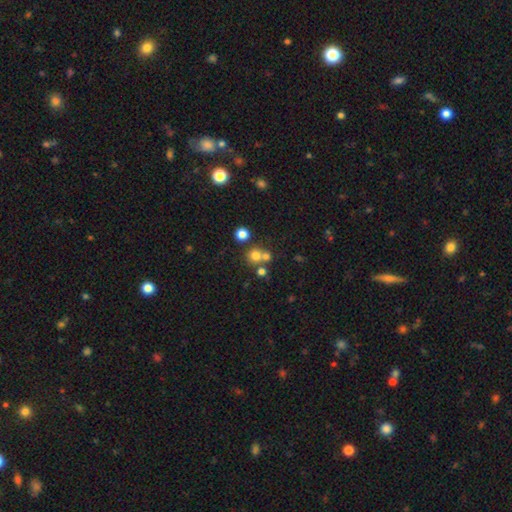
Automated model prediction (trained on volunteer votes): Smooth or featured: smooth — 70% (star or artifact — 18%)
How rounded: round — 89% (in between — 10%)
Merging: none — 57% (merger — 33%)